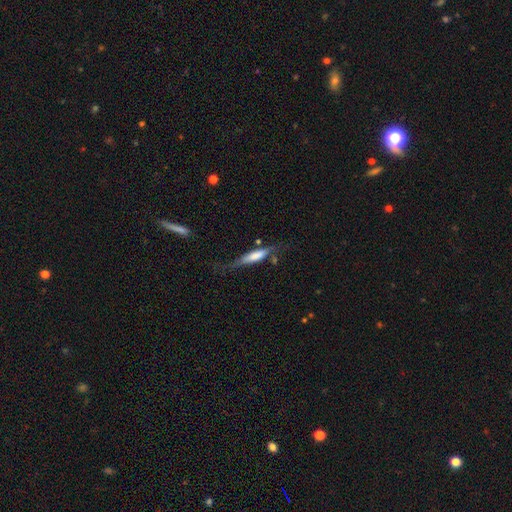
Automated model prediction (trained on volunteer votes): Smooth or featured: smooth — 54% (featured or disk — 40%)
How rounded: cigar-shaped — 77% (in between — 21%)
Merging: none — 53% (minor disturbance — 27%)